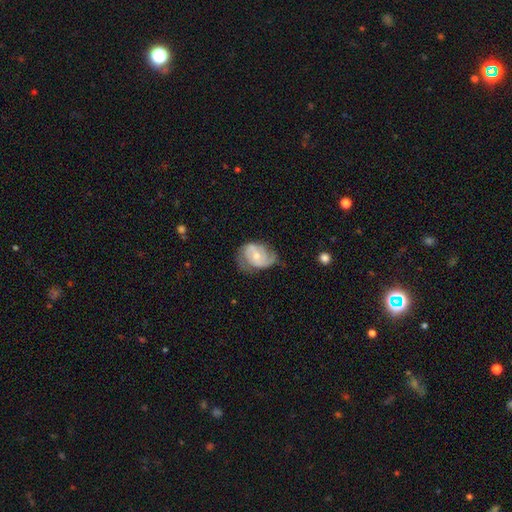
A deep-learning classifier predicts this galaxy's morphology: smooth-or-featured: featured or disk: 75% | smooth: 19% | star or artifact: 5%
  disk-edge-on: no: 97% | yes: 3%
    bar: no: 53% | weak: 38% | strong: 9%
    has-spiral-arms: yes: 91% | no: 9%
      spiral-winding: medium: 43% | tight: 39% | loose: 18%
      spiral-arm-count: 2: 67% | can't tell: 15% | 3: 8% | 1: 7% | 4: 2% | more than 4: 2%
    bulge-size: moderate: 51% | small: 43% | large: 2% | none: 2% | dominant: 1%
  merging: none: 51% | minor disturbance: 30% | major disturbance: 17% | merger: 2%